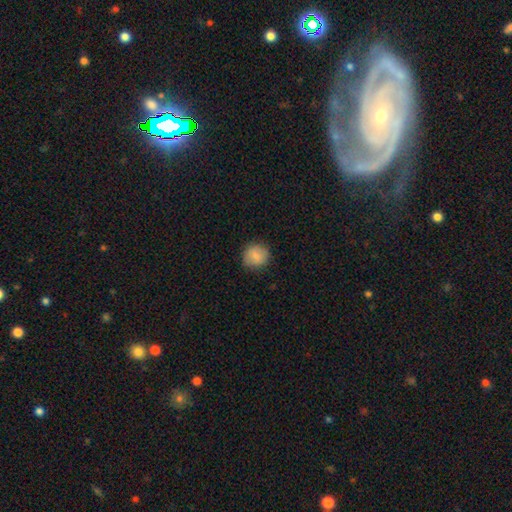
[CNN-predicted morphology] This is clearly a smooth galaxy (86%). How rounded: clearly round (88%). Merging: clearly none (85%).